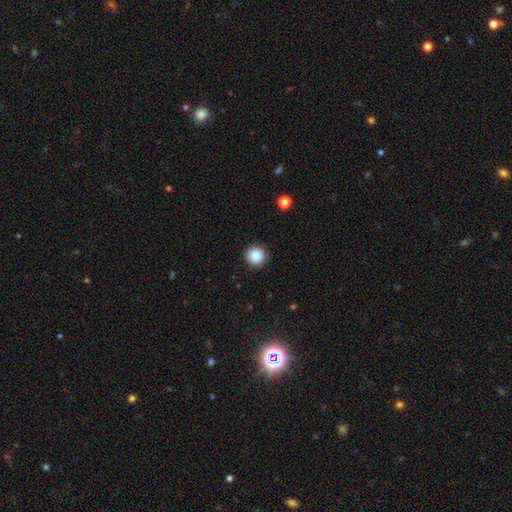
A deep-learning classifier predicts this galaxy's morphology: Smooth or featured: smooth — 88% (star or artifact — 9%)
How rounded: round — 96% (in between — 3%)
Merging: none — 92% (minor disturbance — 5%)